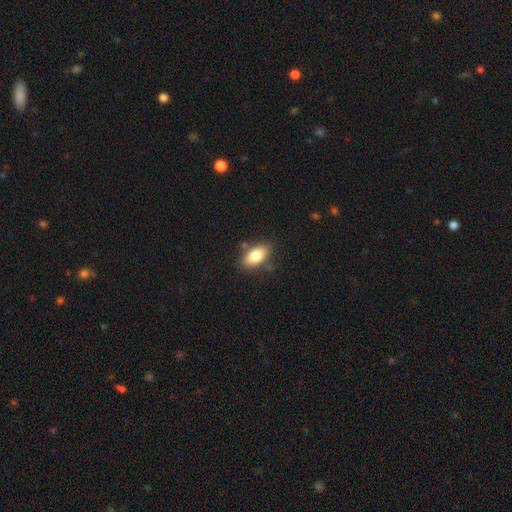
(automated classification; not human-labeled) Morphology: type=smooth (82%); roundness=in between (90%); merging=none (79%).